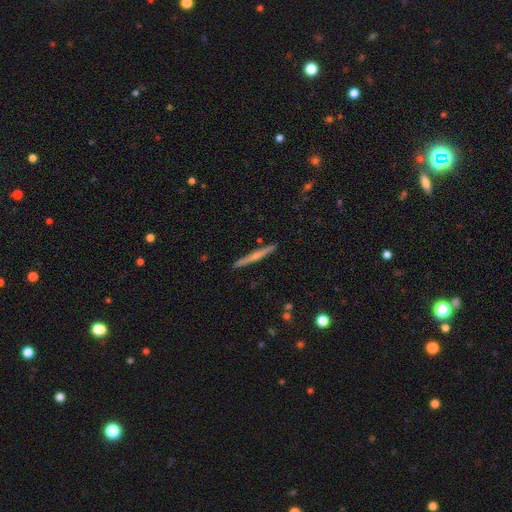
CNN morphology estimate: type=featured or disk (54%); edge-on=yes (98%); edge-on bulge=none (52%); merging=none (92%).